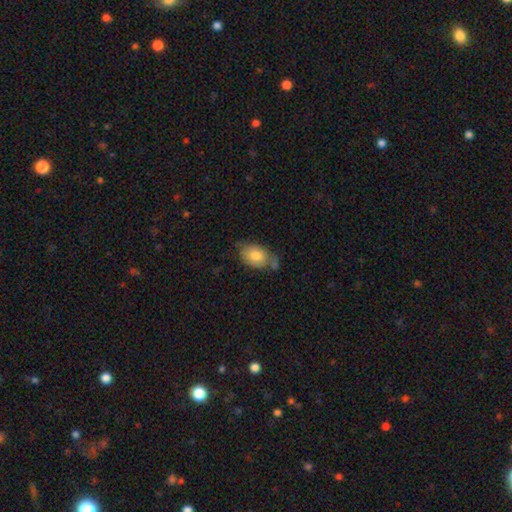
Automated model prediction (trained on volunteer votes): smooth-or-featured: smooth: 78% | featured or disk: 15% | star or artifact: 7%
  how-rounded: in between: 85% | round: 14% | cigar-shaped: 1%
  merging: none: 55% | minor disturbance: 28% | merger: 10% | major disturbance: 7%